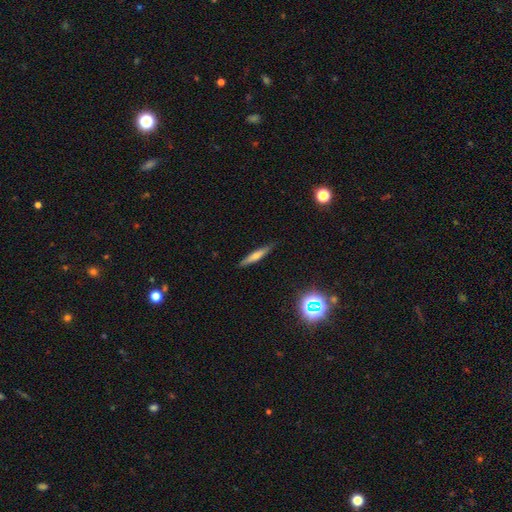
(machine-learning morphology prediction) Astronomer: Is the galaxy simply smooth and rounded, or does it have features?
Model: smooth — 54% (runner-up: featured or disk, 36%).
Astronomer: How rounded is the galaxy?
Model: cigar-shaped — 89%.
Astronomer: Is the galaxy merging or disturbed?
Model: none — 86%.